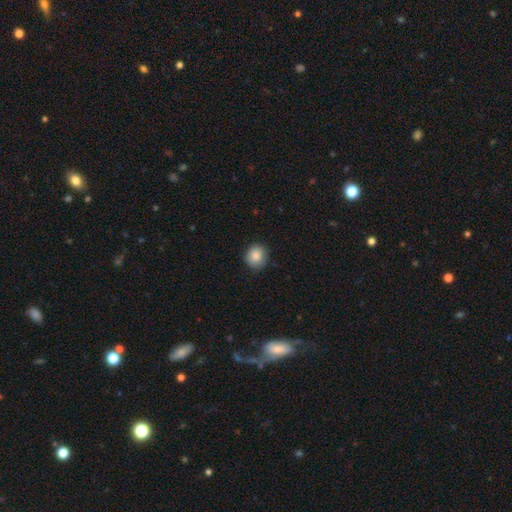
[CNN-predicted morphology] Overall: smooth (87%). How rounded: round (82%). Merging: none (82%).